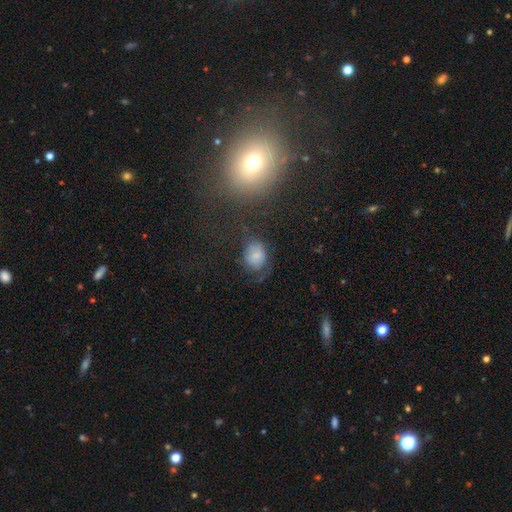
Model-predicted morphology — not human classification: A smooth galaxy with no disk features (64%) that is in between round and cigar-shaped (56%). Merging: none (45%).